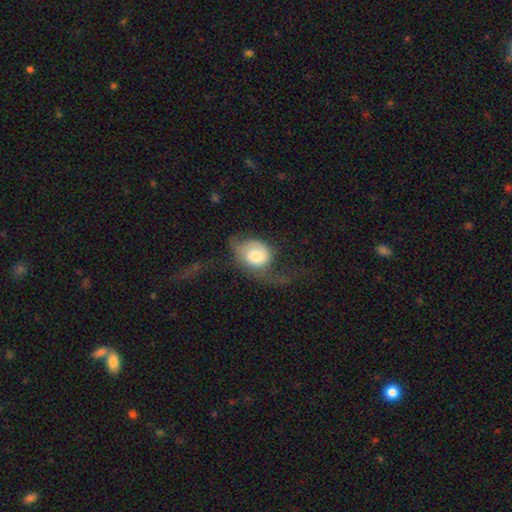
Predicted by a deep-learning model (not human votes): smooth-or-featured: smooth: 58% | featured or disk: 35% | star or artifact: 7%
  how-rounded: in between: 50% | round: 49% | cigar-shaped: 1%
  merging: major disturbance: 54% | none: 22% | minor disturbance: 21% | merger: 3%